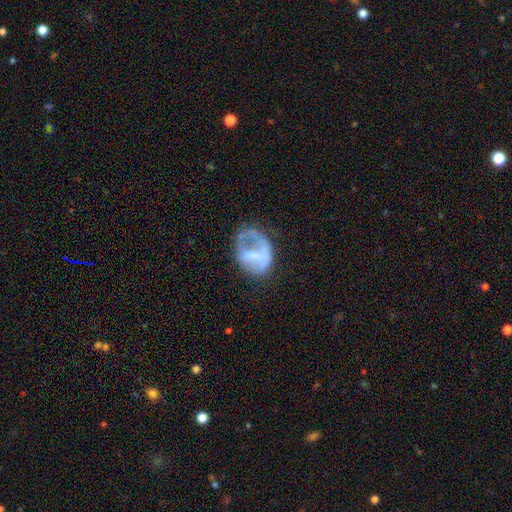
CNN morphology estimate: smooth_or_featured: featured or disk (p=0.50) [alt: smooth p=0.39]
disk_edge_on: no (p=0.97) [alt: yes p=0.03]
merging: major disturbance (p=0.37) [alt: none p=0.34]